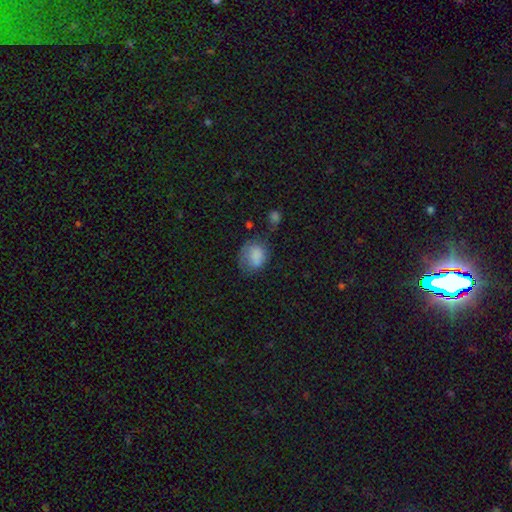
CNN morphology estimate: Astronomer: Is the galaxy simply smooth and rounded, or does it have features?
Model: smooth — 81%.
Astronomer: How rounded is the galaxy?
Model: round — 50% (runner-up: in between, 49%).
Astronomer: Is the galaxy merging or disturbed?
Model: none — 42% (runner-up: minor disturbance, 32%).